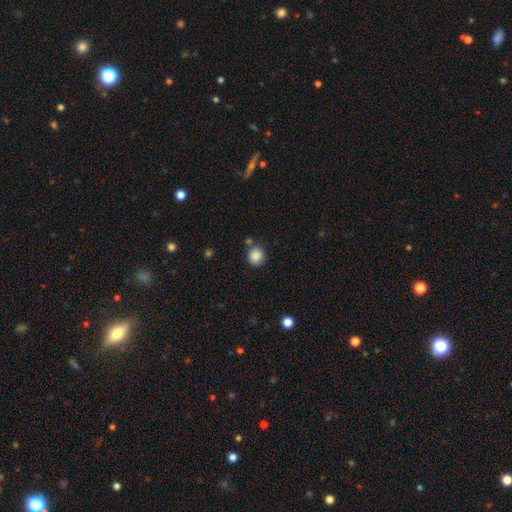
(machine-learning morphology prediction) Smooth or featured? smooth (87%)
How rounded? round (83%)
Merging? none (76%)